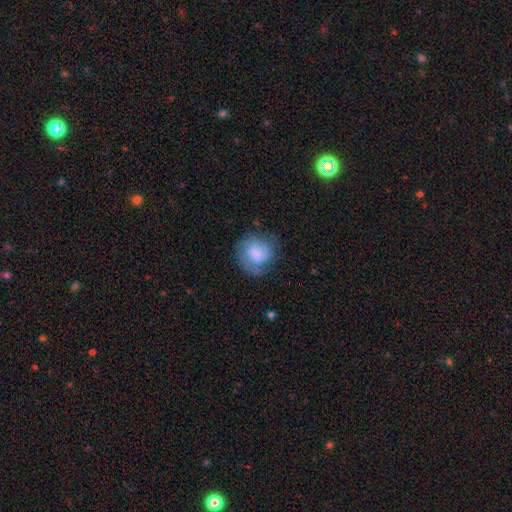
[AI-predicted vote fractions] The model was most divided on "smooth or featured": smooth: 55%, featured or disk: 37%, star or artifact: 8%. More confident: how rounded — round (80%); merging — none (61%).